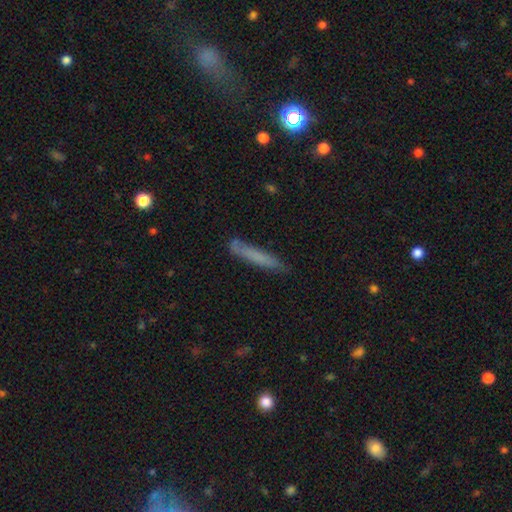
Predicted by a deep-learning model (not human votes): The model was most divided on "smooth or featured": smooth: 68%, featured or disk: 24%, star or artifact: 8%. More confident: how rounded — cigar-shaped (94%); merging — none (77%).